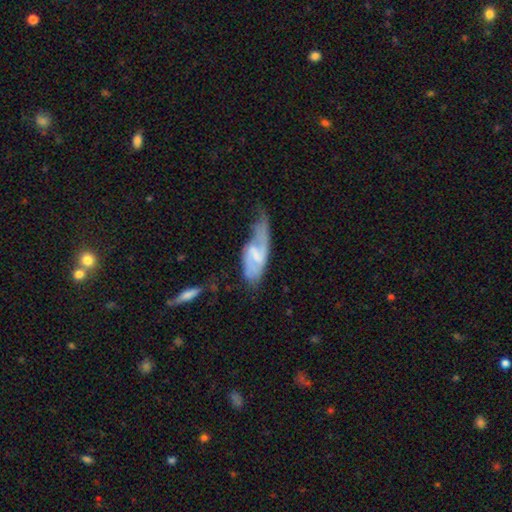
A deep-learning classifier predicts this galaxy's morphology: The model was most divided on "spiral winding" (2-way tie): medium: 40%, loose: 40%, tight: 20%. Remaining: edge-on disk — no (90%); spiral arms — yes (85%); smooth or featured — featured or disk (69%); spiral arm count — 2 (69%); bar — weak (50%); bulge size — small (41%); merging — none (35%).